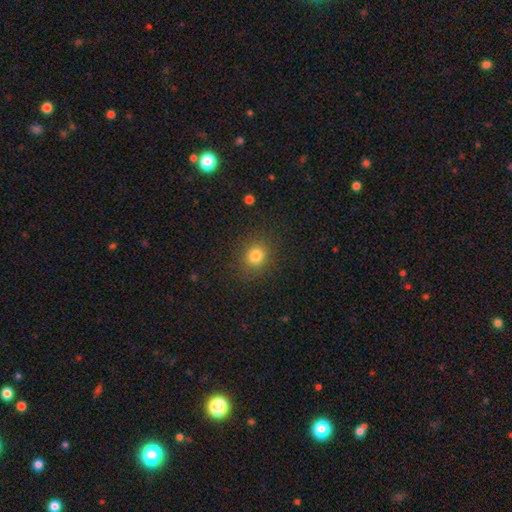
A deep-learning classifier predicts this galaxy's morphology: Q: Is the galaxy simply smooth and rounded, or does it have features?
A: smooth — 80%.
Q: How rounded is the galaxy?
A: round — 80%.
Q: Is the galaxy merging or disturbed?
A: none — 87%.